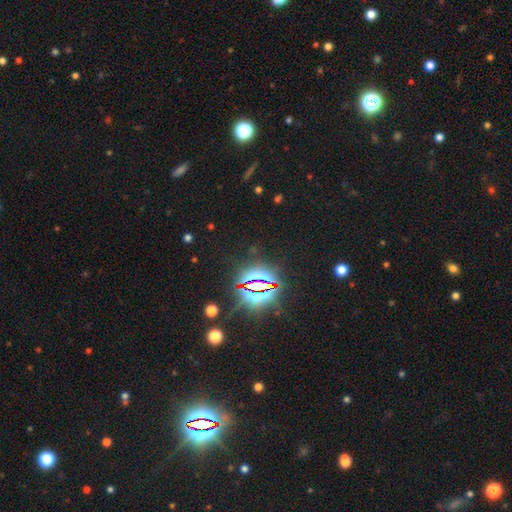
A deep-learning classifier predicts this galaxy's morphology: smooth-or-featured: star or artifact: 85% | smooth: 9% | featured or disk: 6%